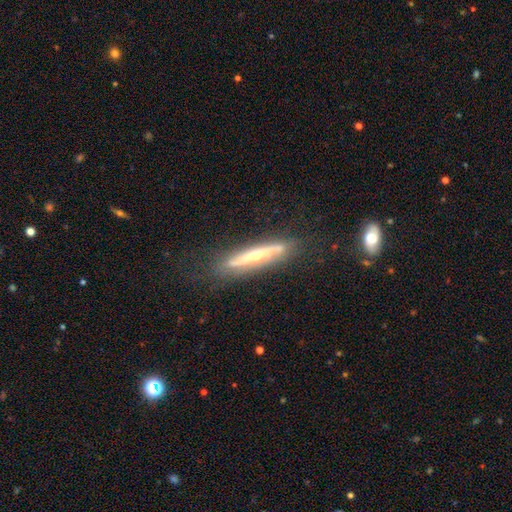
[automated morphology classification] The model was most divided on "smooth or featured": featured or disk: 71%, smooth: 23%, star or artifact: 6%. More confident: edge-on disk — yes (80%); edge-on bulge — rounded (77%); merging — none (74%).